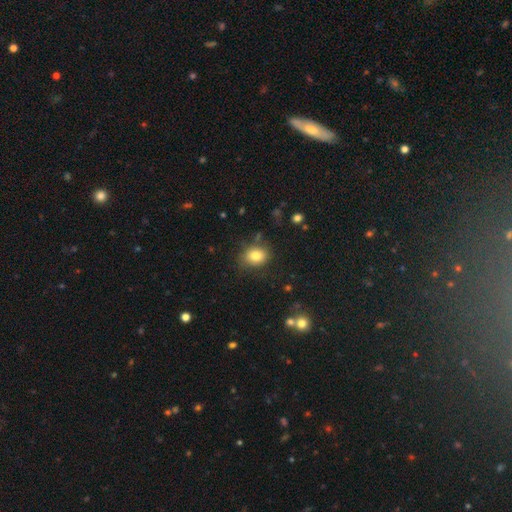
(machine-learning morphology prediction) type=smooth (82%); roundness=in between (53%); merging=none (77%).